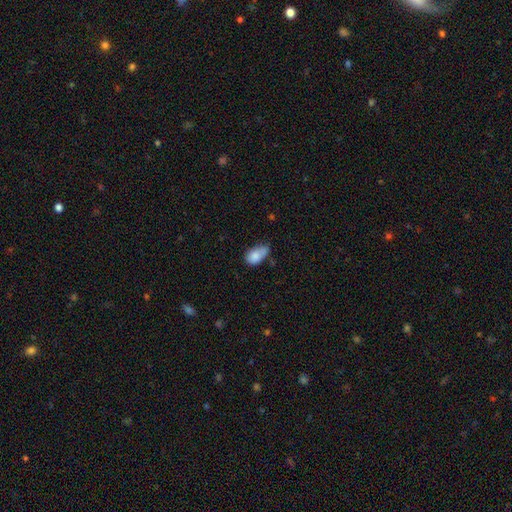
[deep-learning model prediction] Q: Smooth or featured?
A: smooth (82%); runner-up: featured or disk (10%)
Q: How rounded?
A: in between (89%); runner-up: round (9%)
Q: Merging?
A: minor disturbance (44%); runner-up: none (34%)